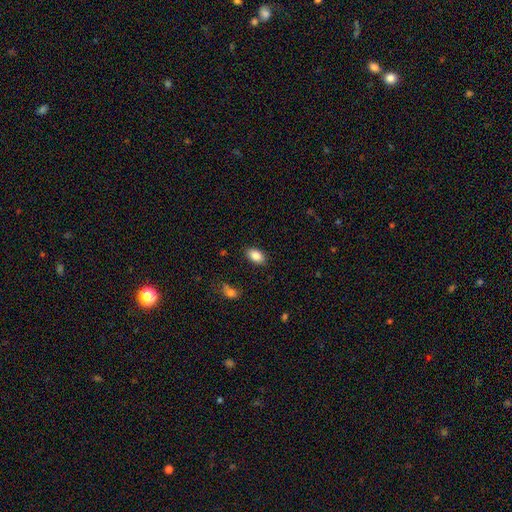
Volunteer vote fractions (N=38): smooth-or-featured: smooth: 92% | featured or disk: 8% | star or artifact: 0%
  how-rounded: in between: 91% | round: 6% | cigar-shaped: 3%
  merging: none: 89% | major disturbance: 8% | minor disturbance: 3% | merger: 0%